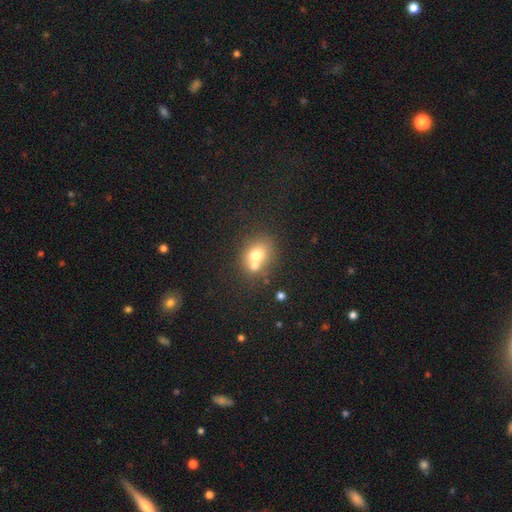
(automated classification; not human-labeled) smooth 69%, featured or disk 20%, star or artifact 11%. Down the decision tree: how rounded — round (57%); merging — merger (49%).